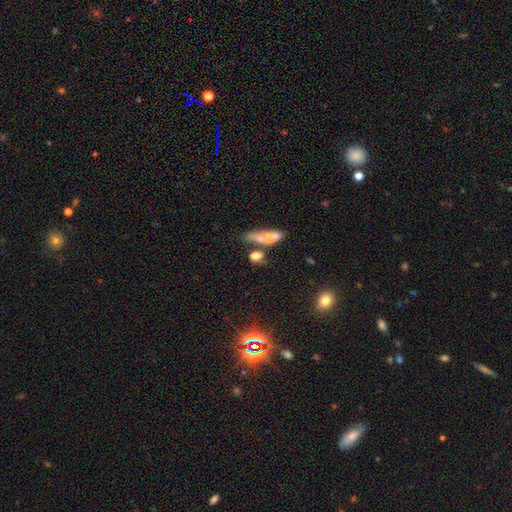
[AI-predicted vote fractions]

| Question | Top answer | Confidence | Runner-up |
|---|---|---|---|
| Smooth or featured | smooth | 68% | featured or disk (17%) |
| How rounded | in between | 62% | round (22%) |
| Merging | none | 38% | merger (36%) |